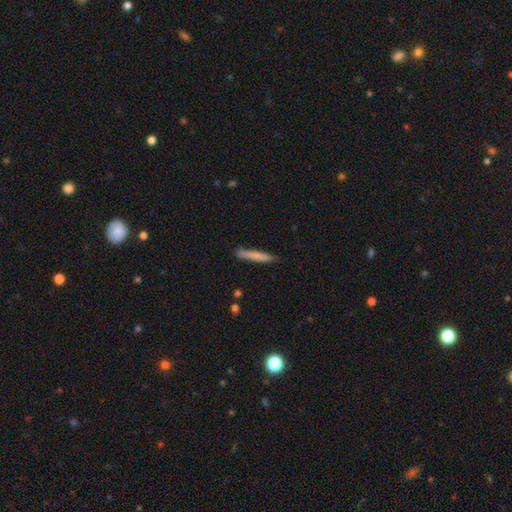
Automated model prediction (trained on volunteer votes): Overall: smooth (76%). How rounded: cigar-shaped (95%). Merging: none (84%).